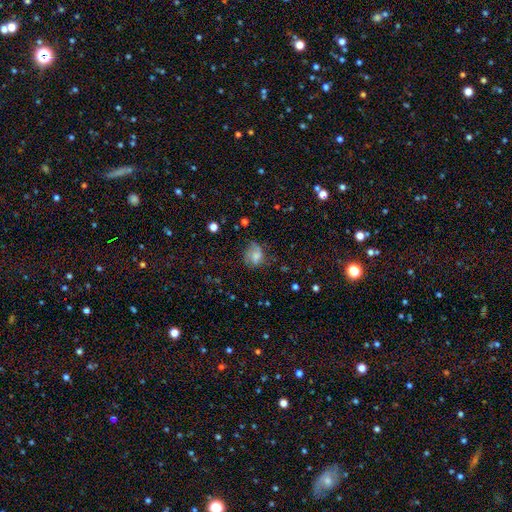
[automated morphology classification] Smooth or featured? Predicted: smooth (p=0.66). How rounded? Predicted: in between (p=0.55). Merging? Predicted: none (p=0.46).